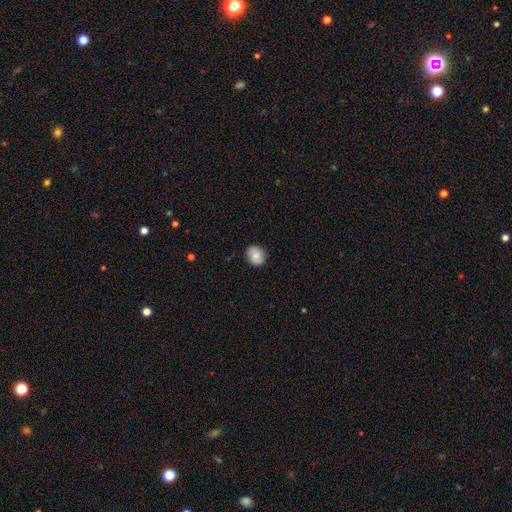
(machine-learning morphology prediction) The model was most divided on "how rounded": round: 69%, in between: 30%, cigar-shaped: 1%. More confident: merging — none (84%); smooth or featured — smooth (77%).